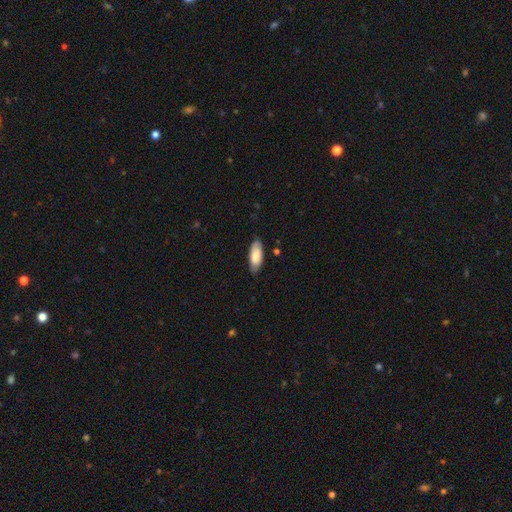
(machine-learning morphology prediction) type=smooth (82%); roundness=in between (80%); merging=none (80%).